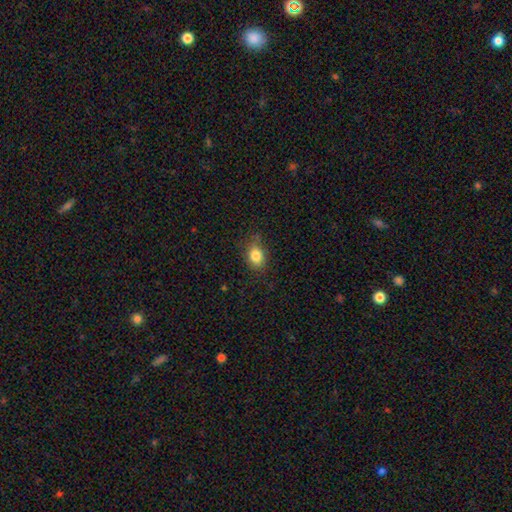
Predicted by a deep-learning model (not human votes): This appears to be a smooth galaxy with no disk features (83%) that is in between round and cigar-shaped (63%). Merging: none (75%).